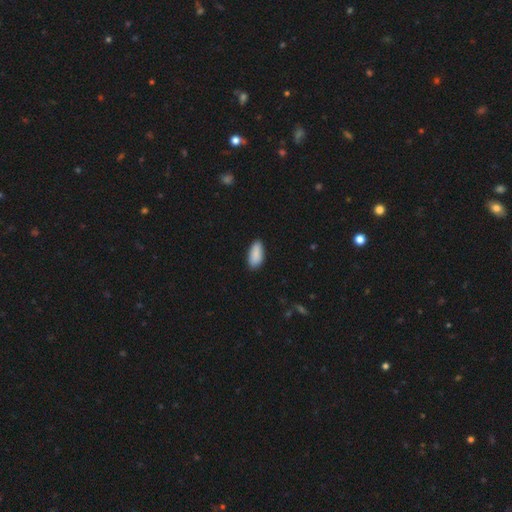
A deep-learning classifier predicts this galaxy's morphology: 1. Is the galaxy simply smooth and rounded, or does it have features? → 90% smooth, 6% star or artifact, 4% featured or disk.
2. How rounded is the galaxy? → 90% in between, 8% cigar-shaped, 2% round.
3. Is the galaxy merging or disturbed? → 86% none, 11% minor disturbance, 2% major disturbance, 1% merger.